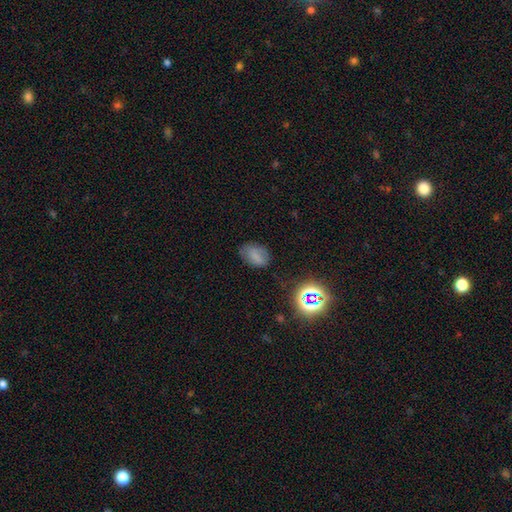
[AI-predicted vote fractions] smooth-or-featured: smooth: 69% | star or artifact: 17% | featured or disk: 13%
  how-rounded: in between: 81% | round: 18% | cigar-shaped: 2%
  merging: none: 68% | minor disturbance: 22% | major disturbance: 7% | merger: 2%